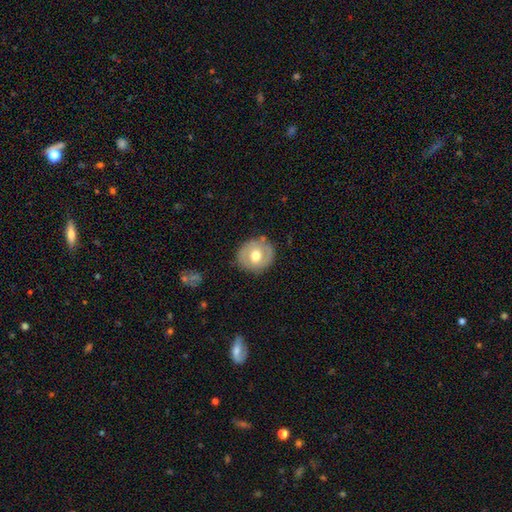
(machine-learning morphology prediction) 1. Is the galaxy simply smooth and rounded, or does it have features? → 54% smooth, 39% featured or disk, 7% star or artifact.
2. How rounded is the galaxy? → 86% round, 13% in between, 1% cigar-shaped.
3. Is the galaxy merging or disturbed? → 81% none, 13% minor disturbance, 4% major disturbance, 2% merger.